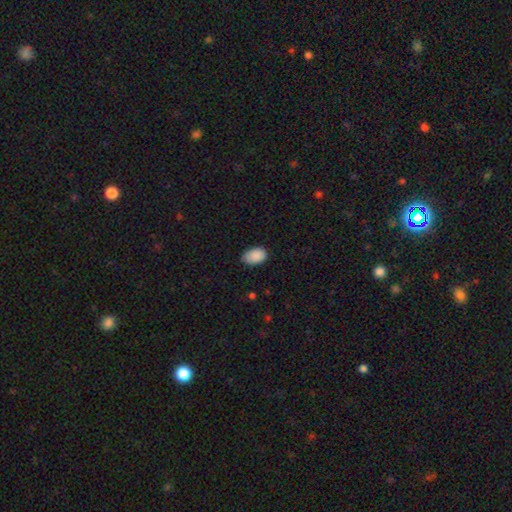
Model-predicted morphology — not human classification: Smooth or featured?
  - smooth: 89% *
  - star or artifact: 7%
  - featured or disk: 4%
How rounded?
  - in between: 90% *
  - round: 8%
  - cigar-shaped: 1%
Merging?
  - none: 71% *
  - minor disturbance: 24%
  - major disturbance: 3%
  - merger: 1%